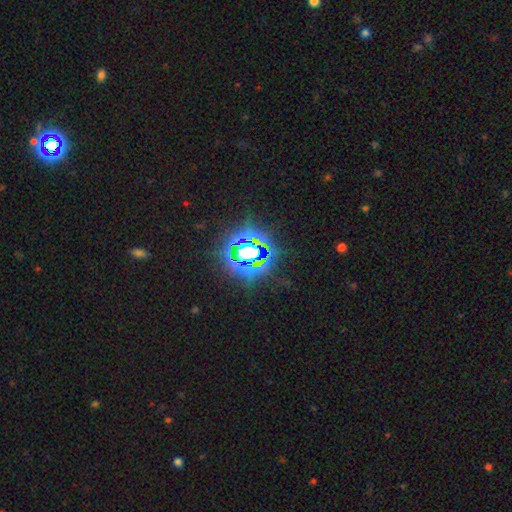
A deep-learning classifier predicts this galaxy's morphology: A star or artifact, not a galaxy (85%).

Vote fractions:
- Smooth or featured? star or artifact: 85% / smooth: 9% / featured or disk: 6%